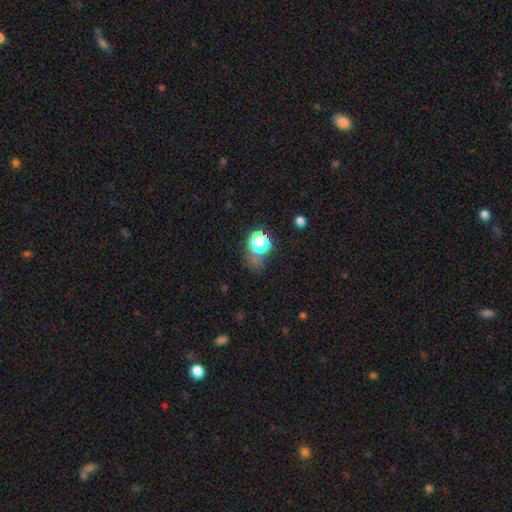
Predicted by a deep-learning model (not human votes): smooth_or_featured: star or artifact (p=0.54) [alt: smooth p=0.36]